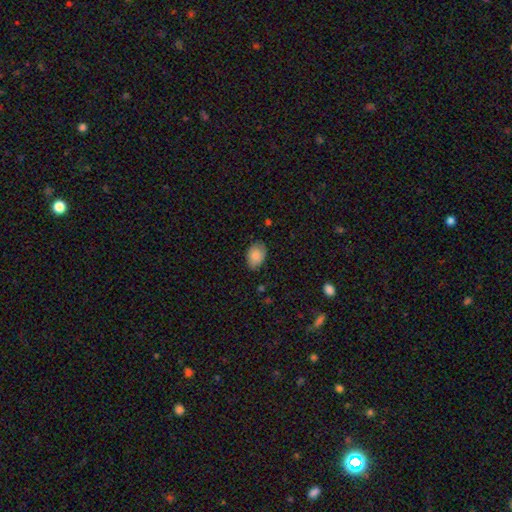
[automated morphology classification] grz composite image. It shows a smooth galaxy with no disk features (84%) that is in between round and cigar-shaped (83%). Merging: none (76%).